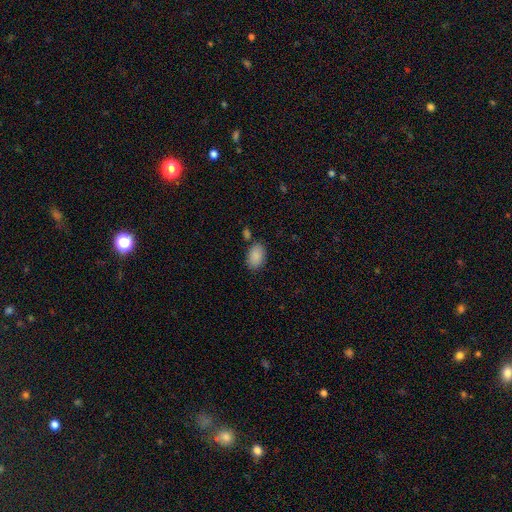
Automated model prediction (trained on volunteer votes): The model was most divided on "merging": none: 77%, minor disturbance: 13%, merger: 6%, major disturbance: 4%. More confident: how rounded — in between (90%); smooth or featured — smooth (89%).